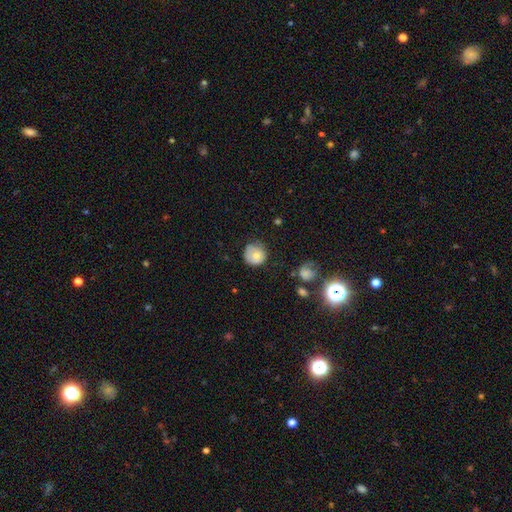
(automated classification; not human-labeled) smooth-or-featured: smooth: 70% | featured or disk: 21% | star or artifact: 9%
  how-rounded: round: 88% | in between: 11% | cigar-shaped: 1%
  merging: none: 59% | minor disturbance: 28% | major disturbance: 10% | merger: 2%